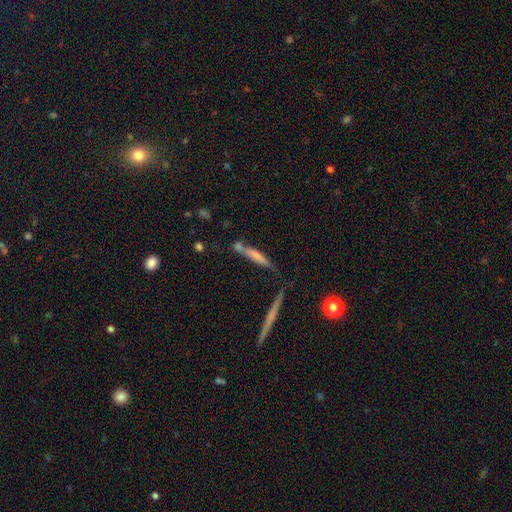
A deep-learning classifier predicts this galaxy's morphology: Smooth or featured?
  - smooth: 59% *
  - featured or disk: 32%
  - star or artifact: 9%
How rounded?
  - cigar-shaped: 88% *
  - in between: 10%
  - round: 2%
Merging?
  - none: 49% *
  - merger: 25%
  - minor disturbance: 18%
  - major disturbance: 8%